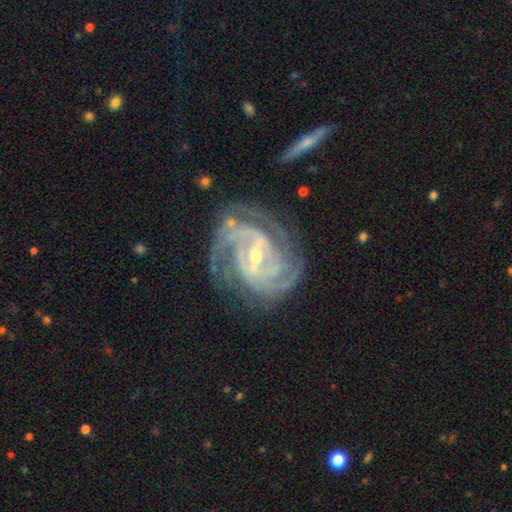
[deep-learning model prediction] Overall: featured or disk (92%). Edge-on disk: no (97%). Bar: weak (43%; strong 41%). Spiral arms: yes (98%). Spiral arm count: 2 (33%; 3 31%). Spiral winding: tight (67%; medium 29%). Bulge size: small (54%; moderate 43%). Merging: none (73%).